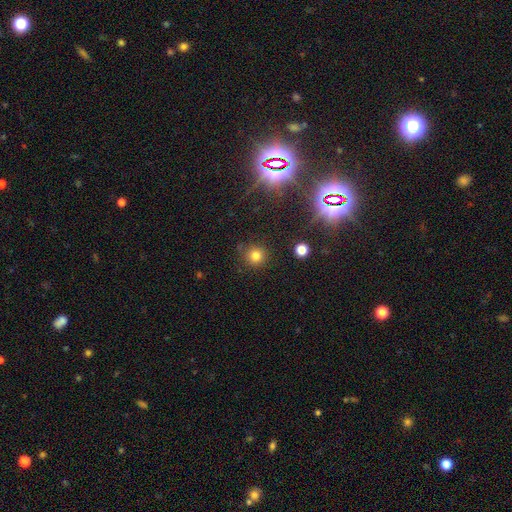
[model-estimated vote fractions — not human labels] Smooth or featured? Predicted: smooth (p=0.77). How rounded? Predicted: round (p=0.93). Merging? Predicted: none (p=0.86).